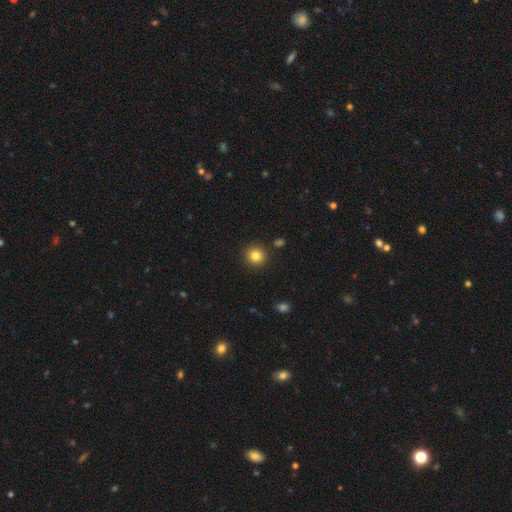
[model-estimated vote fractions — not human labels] Morphology: type=smooth (83%); roundness=round (92%); merging=none (89%).